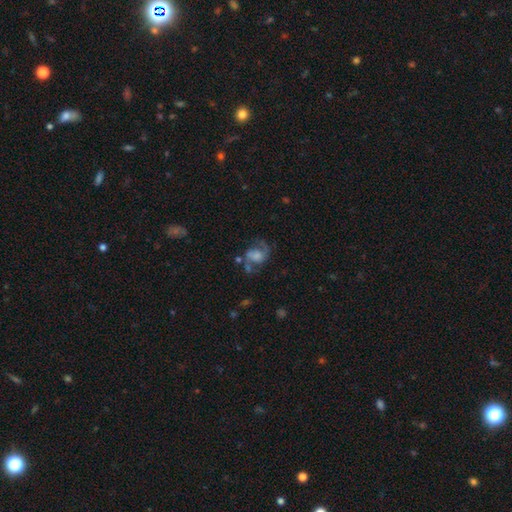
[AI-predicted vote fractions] Smooth or featured: featured or disk — 67% (smooth — 24%)
Edge-on disk: no — 98% (yes — 2%)
Bar: no — 56% (weak — 34%)
Spiral arms: yes — 87% (no — 13%)
Spiral winding: medium — 45% (loose — 43%)
Spiral arm count: 2 — 86% (1 — 6%)
Bulge size: none — 32% (large — 25%)
Merging: none — 49% (major disturbance — 22%)